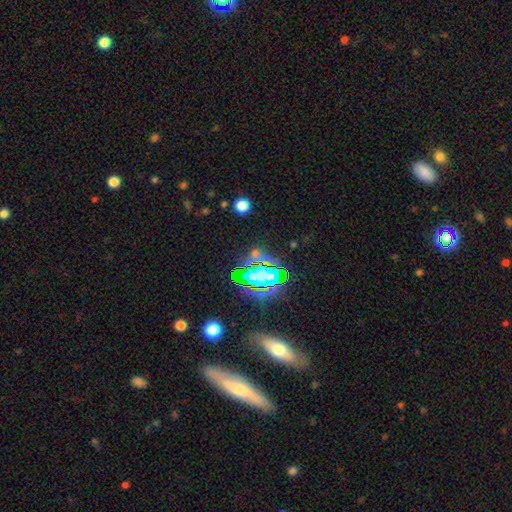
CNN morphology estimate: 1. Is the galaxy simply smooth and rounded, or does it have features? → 63% star or artifact, 21% smooth, 16% featured or disk.